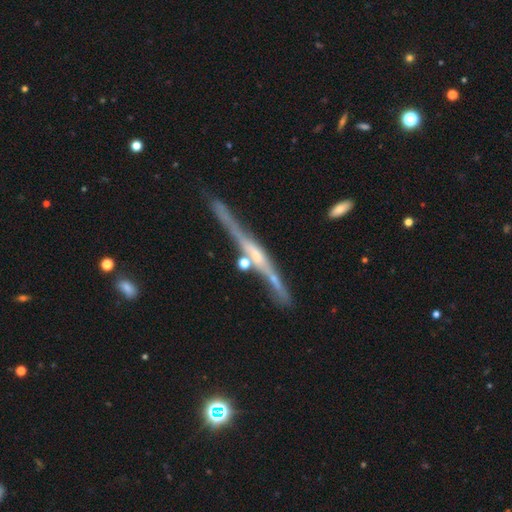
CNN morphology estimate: type=featured or disk (80%); edge-on=yes (96%); edge-on bulge=rounded (50%); merging=none (72%).